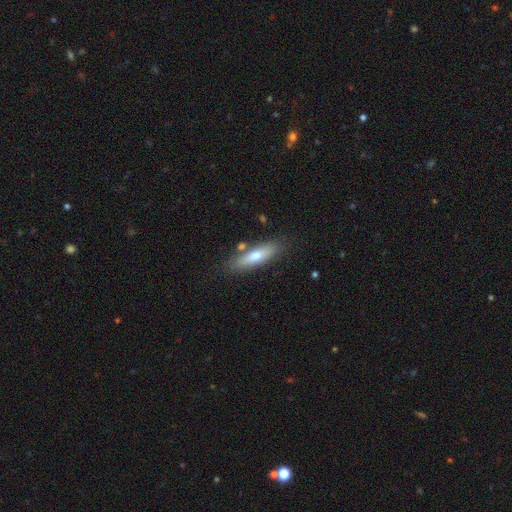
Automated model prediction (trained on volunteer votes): Smooth or featured: smooth — 63% (featured or disk — 31%)
How rounded: cigar-shaped — 65% (in between — 32%)
Merging: none — 79% (minor disturbance — 12%)